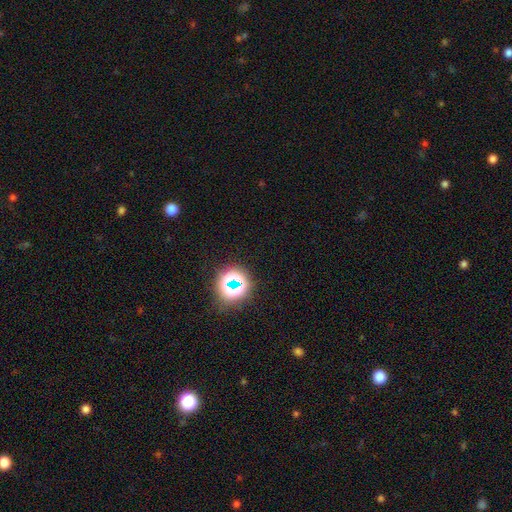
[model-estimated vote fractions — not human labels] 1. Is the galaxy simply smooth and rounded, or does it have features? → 80% star or artifact, 14% smooth, 7% featured or disk.